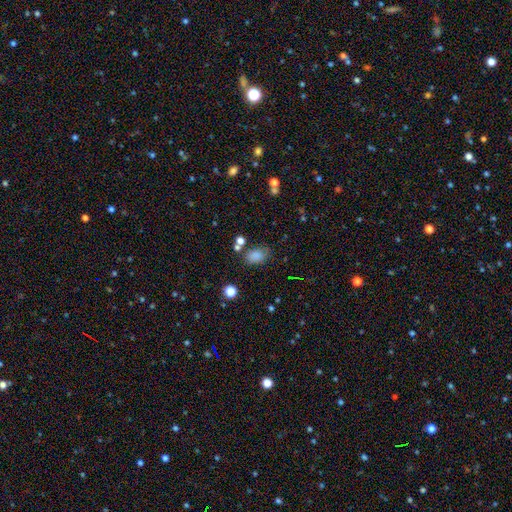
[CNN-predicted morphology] Smooth or featured? smooth (80%)
How rounded? in between (78%)
Merging? none (68%)